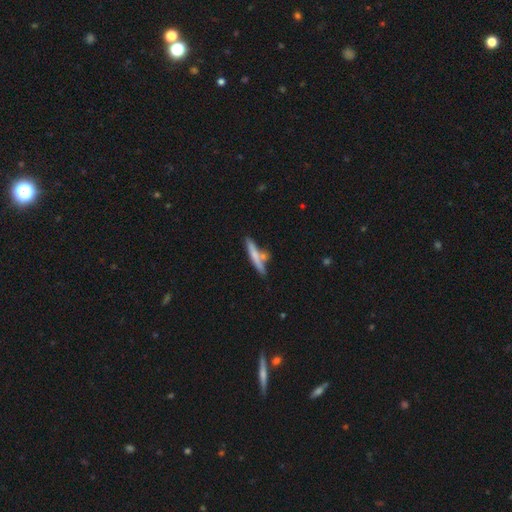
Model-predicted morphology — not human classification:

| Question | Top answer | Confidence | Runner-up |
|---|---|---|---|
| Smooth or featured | smooth | 61% | featured or disk (33%) |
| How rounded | cigar-shaped | 90% | in between (8%) |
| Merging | none | 60% | merger (22%) |